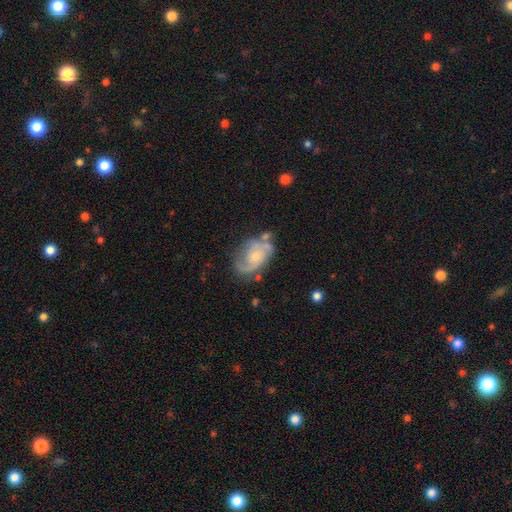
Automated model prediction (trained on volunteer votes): Overall: featured or disk (71%). Edge-on disk: no (97%). Bar: no (71%). Spiral arms: yes (86%). Spiral arm count: 2 (56%; 1 18%). Spiral winding: medium (43%; tight 30%). Bulge size: small (54%; moderate 40%). Merging: none (51%; minor disturbance 26%).